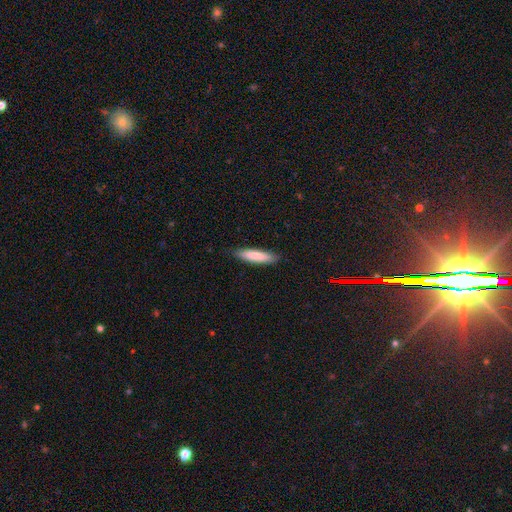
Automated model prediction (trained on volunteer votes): smooth_or_featured: smooth (p=0.84) [alt: featured or disk p=0.10]
how_rounded: cigar-shaped (p=0.78) [alt: in between p=0.20]
merging: none (p=0.87) [alt: minor disturbance p=0.10]